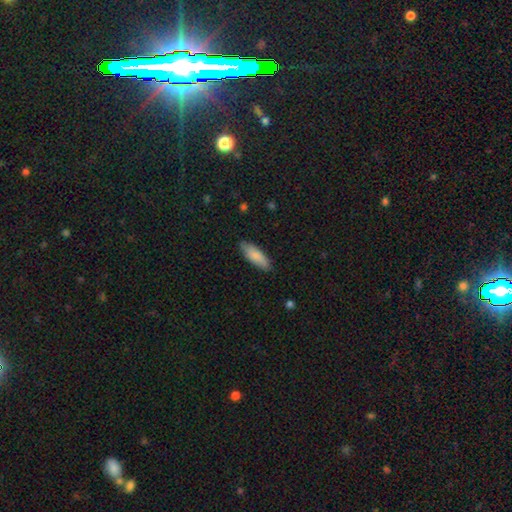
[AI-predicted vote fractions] Q: Smooth or featured?
A: smooth (84%); runner-up: featured or disk (11%)
Q: How rounded?
A: in between (67%); runner-up: cigar-shaped (31%)
Q: Merging?
A: none (84%); runner-up: minor disturbance (13%)